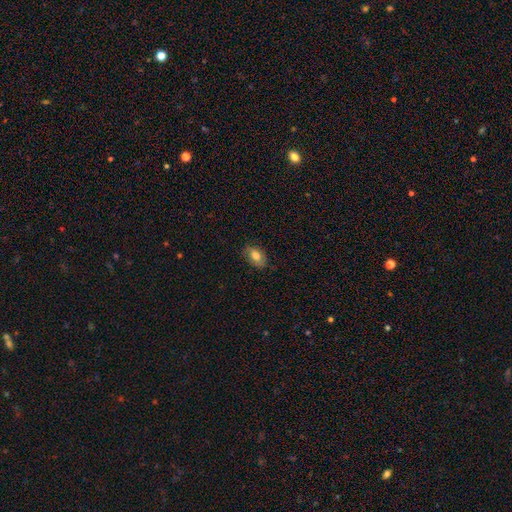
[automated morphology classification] smooth 78%, featured or disk 14%, star or artifact 8%. Down the decision tree: how rounded — in between (87%); merging — none (80%).